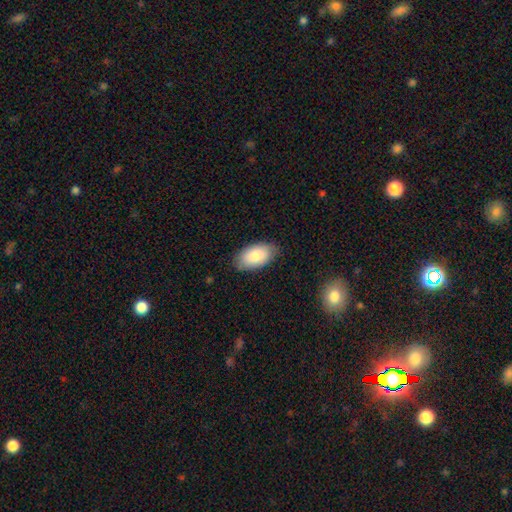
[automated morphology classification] smooth-or-featured: smooth: 83% | featured or disk: 11% | star or artifact: 6%
  how-rounded: in between: 95% | round: 3% | cigar-shaped: 2%
  merging: none: 82% | minor disturbance: 14% | major disturbance: 3% | merger: 1%